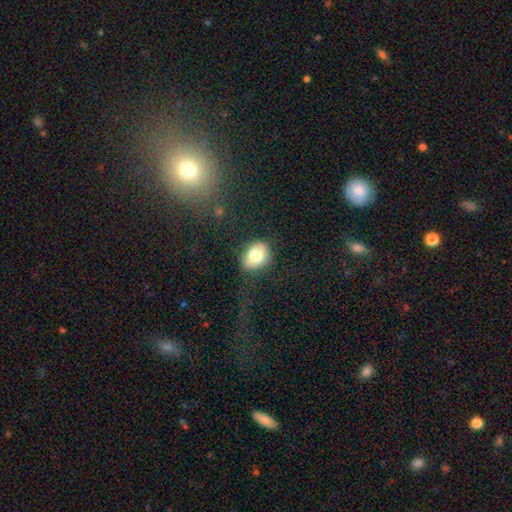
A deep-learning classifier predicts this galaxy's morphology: smooth-or-featured: smooth: 76% | featured or disk: 15% | star or artifact: 9%
  how-rounded: in between: 55% | round: 44% | cigar-shaped: 1%
  merging: none: 77% | minor disturbance: 15% | major disturbance: 6% | merger: 2%